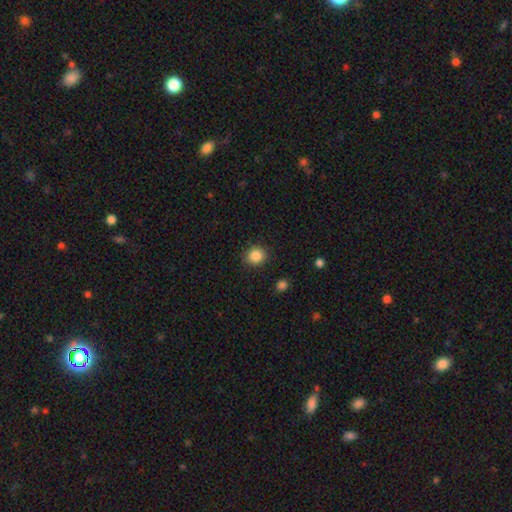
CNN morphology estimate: A smooth galaxy with no disk features (87%) that is round (84%). Merging: none (88%).